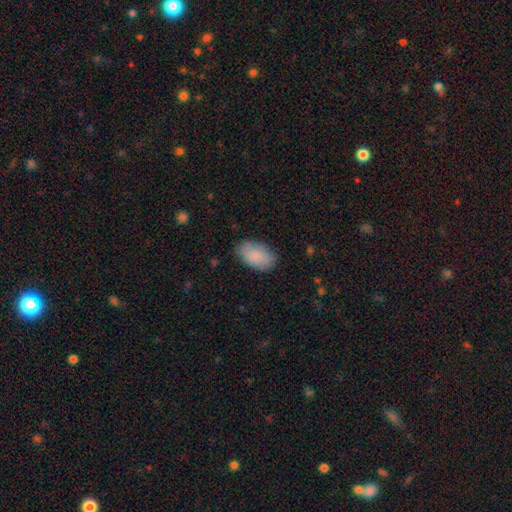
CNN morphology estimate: Overall: smooth (86%). How rounded: in between (94%). Merging: none (84%).